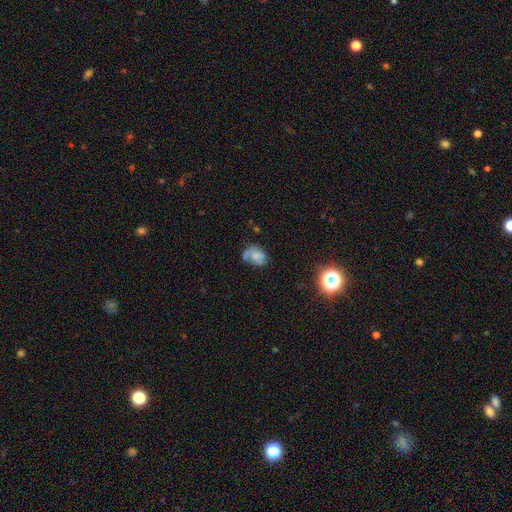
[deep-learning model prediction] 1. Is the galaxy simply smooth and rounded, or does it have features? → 54% smooth, 33% featured or disk, 13% star or artifact.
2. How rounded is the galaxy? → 65% in between, 34% round, 1% cigar-shaped.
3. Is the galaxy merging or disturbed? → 40% none, 31% minor disturbance, 17% major disturbance, 11% merger.